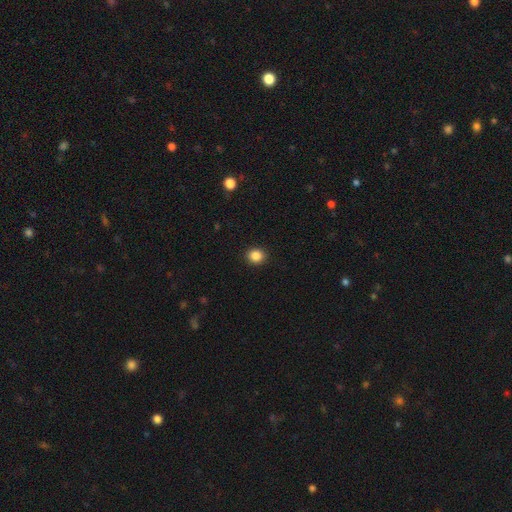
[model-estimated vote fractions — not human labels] smooth-or-featured: smooth: 86% | star or artifact: 10% | featured or disk: 4%
  how-rounded: round: 78% | in between: 22% | cigar-shaped: 1%
  merging: none: 92% | minor disturbance: 5% | major disturbance: 2% | merger: 1%